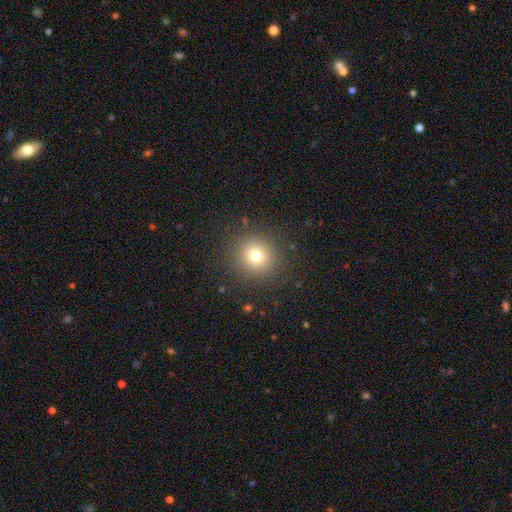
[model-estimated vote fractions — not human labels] This is likely a smooth galaxy (75%). How rounded: clearly round (90%). Merging: clearly none (88%).